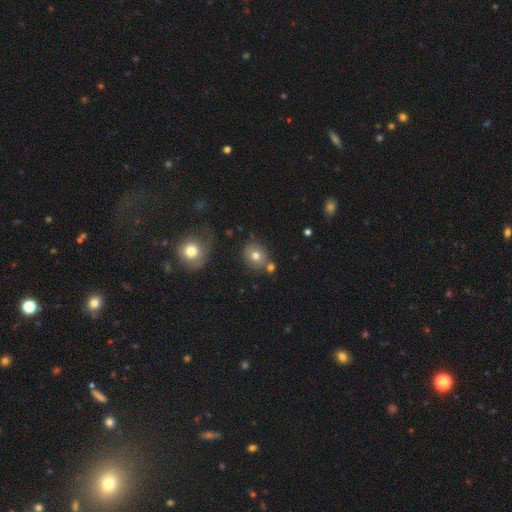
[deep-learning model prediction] Smooth or featured?
  - smooth: 75% *
  - featured or disk: 13%
  - star or artifact: 12%
How rounded?
  - round: 75% *
  - in between: 24%
  - cigar-shaped: 1%
Merging?
  - none: 71% *
  - merger: 13%
  - minor disturbance: 12%
  - major disturbance: 4%